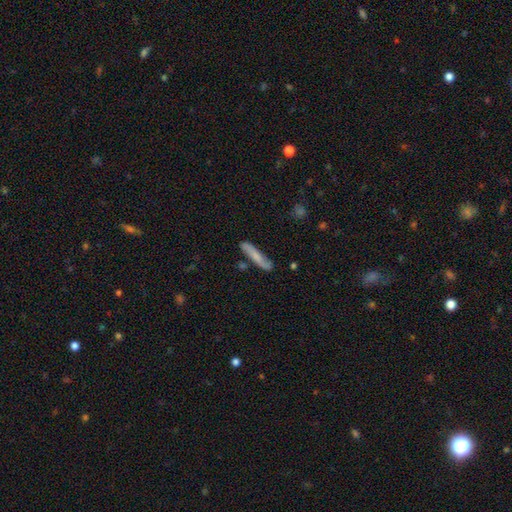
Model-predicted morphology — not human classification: A smooth galaxy with no disk features (60%) that is cigar-shaped (89%).

Vote fractions:
- Smooth or featured? smooth: 60% / featured or disk: 34% / star or artifact: 6%
- How rounded? cigar-shaped: 89% / in between: 9% / round: 2%
- Merging? none: 74% / minor disturbance: 18% / merger: 4% / major disturbance: 4%